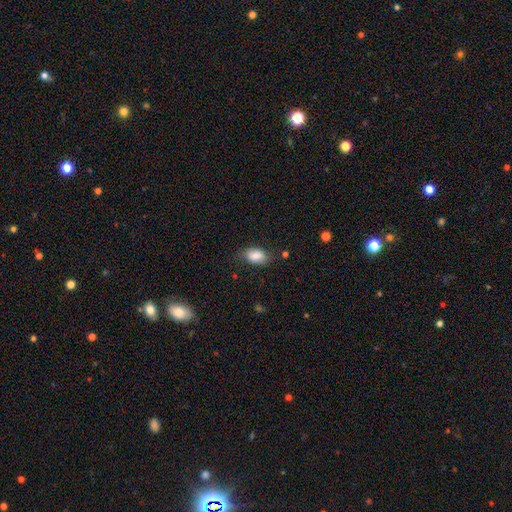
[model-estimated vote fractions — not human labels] Smooth or featured? Predicted: smooth (p=0.84). How rounded? Predicted: in between (p=0.90). Merging? Predicted: none (p=0.73).